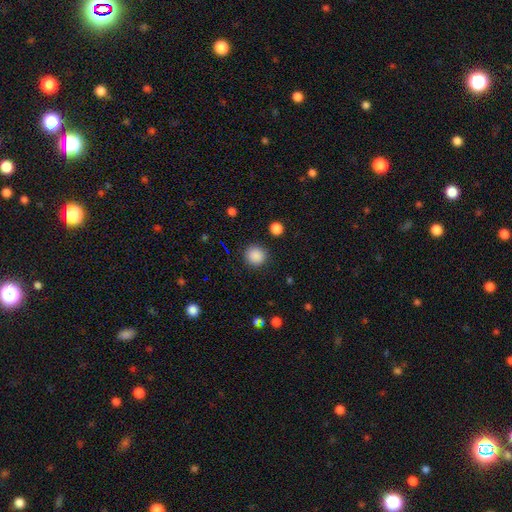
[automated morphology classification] This is clearly a smooth galaxy (87%). How rounded: clearly round (93%). Merging: clearly none (90%).